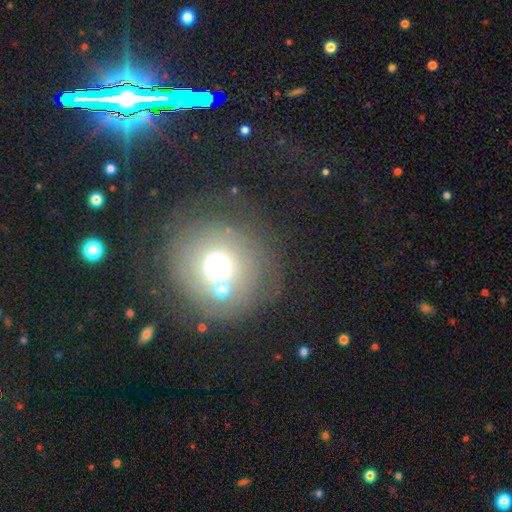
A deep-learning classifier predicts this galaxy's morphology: This appears to be a smooth galaxy with no disk features (50%) that is round (92%). Merging: none (69%).